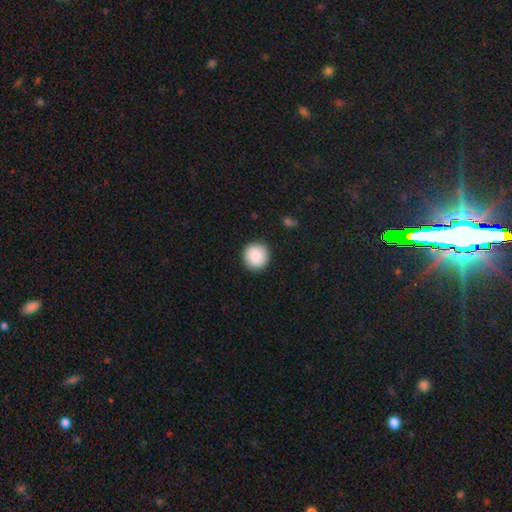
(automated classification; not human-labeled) Smooth or featured? Predicted: smooth (p=0.89). How rounded? Predicted: round (p=0.94). Merging? Predicted: none (p=0.91).